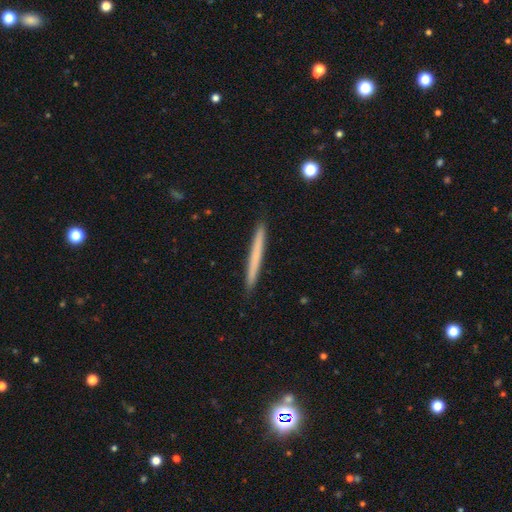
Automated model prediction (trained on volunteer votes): Morphology: type=smooth (62%); roundness=cigar-shaped (97%); merging=none (92%).